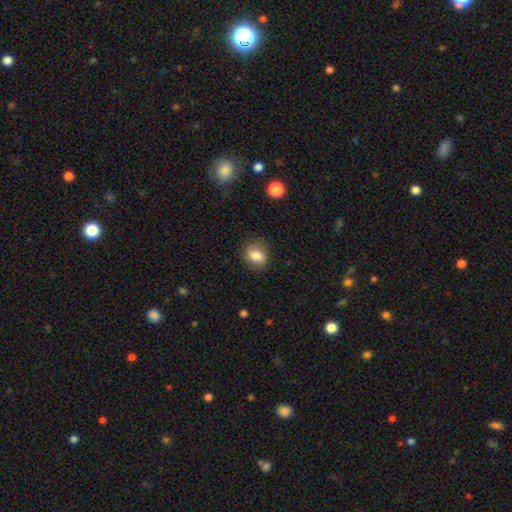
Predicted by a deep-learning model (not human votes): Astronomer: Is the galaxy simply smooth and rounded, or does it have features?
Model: smooth — 82%.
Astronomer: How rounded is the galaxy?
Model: round — 58% (runner-up: in between, 41%).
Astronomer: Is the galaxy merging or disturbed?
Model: none — 79%.